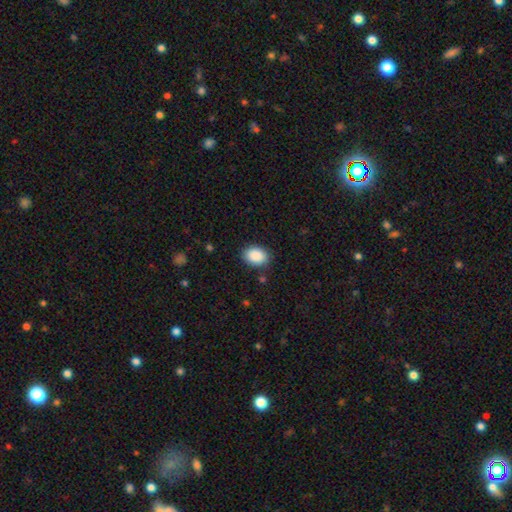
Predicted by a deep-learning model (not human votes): A smooth galaxy with no disk features (90%) that is in between round and cigar-shaped (74%).

Vote fractions:
- Smooth or featured? smooth: 90% / star or artifact: 7% / featured or disk: 3%
- How rounded? in between: 74% / round: 25% / cigar-shaped: 1%
- Merging? none: 87% / minor disturbance: 10% / major disturbance: 3% / merger: 1%